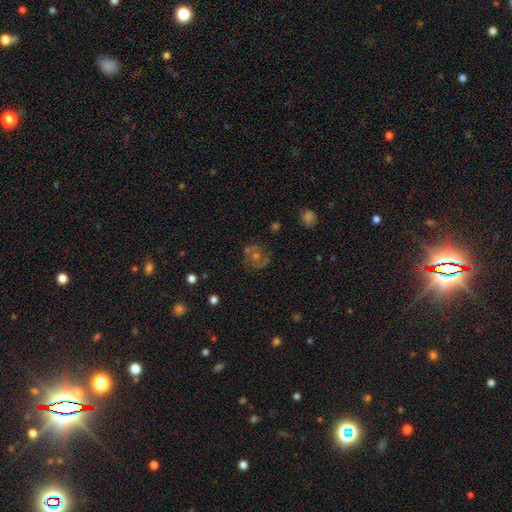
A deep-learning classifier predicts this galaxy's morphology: type=featured or disk (67%); edge-on=no (98%); bar=no (70%); spiral arms=yes (88%); winding=medium (47%); arm count=2 (69%); bulge=moderate (47%); merging=none (76%).